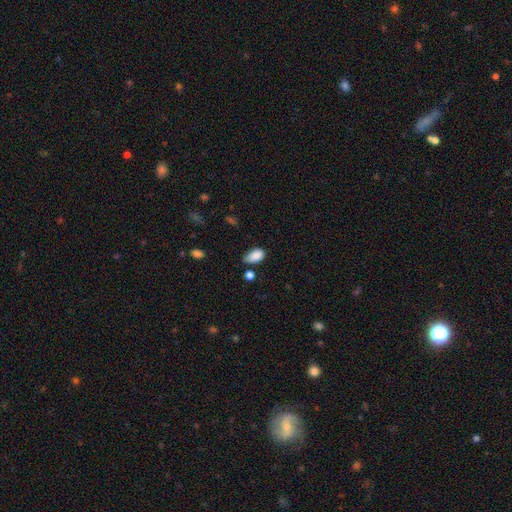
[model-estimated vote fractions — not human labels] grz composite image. It shows a smooth galaxy with no disk features (87%) that is in between round and cigar-shaped (92%). Merging: none (54%).